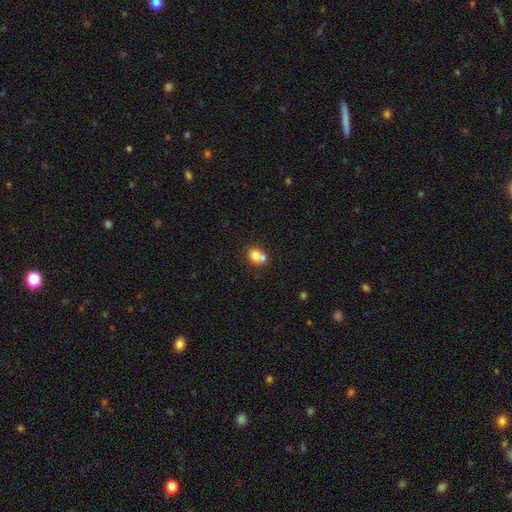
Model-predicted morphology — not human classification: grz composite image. It shows a smooth galaxy with no disk features (74%) that is round (59%). Merging: merger (54%).